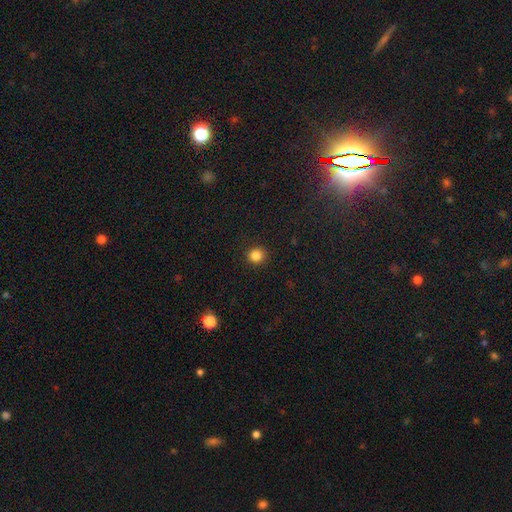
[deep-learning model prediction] Morphology: type=smooth (85%); roundness=round (92%); merging=none (91%).